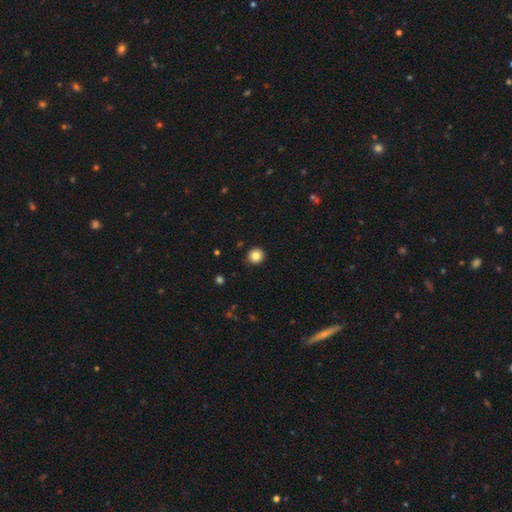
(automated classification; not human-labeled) Smooth or featured?
  - smooth: 84% *
  - star or artifact: 11%
  - featured or disk: 5%
How rounded?
  - round: 94% *
  - in between: 5%
  - cigar-shaped: 1%
Merging?
  - none: 91% *
  - minor disturbance: 6%
  - major disturbance: 2%
  - merger: 1%